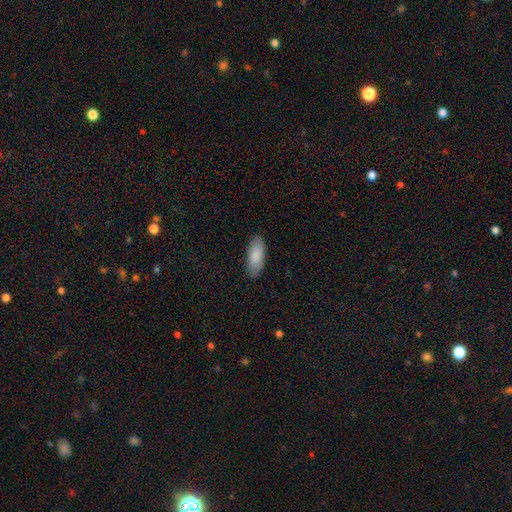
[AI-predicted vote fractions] A smooth galaxy with no disk features (87%) that is in between round and cigar-shaped (83%).

Vote fractions:
- Smooth or featured? smooth: 87% / featured or disk: 7% / star or artifact: 5%
- How rounded? in between: 83% / cigar-shaped: 16% / round: 2%
- Merging? none: 86% / minor disturbance: 11% / major disturbance: 2% / merger: 1%